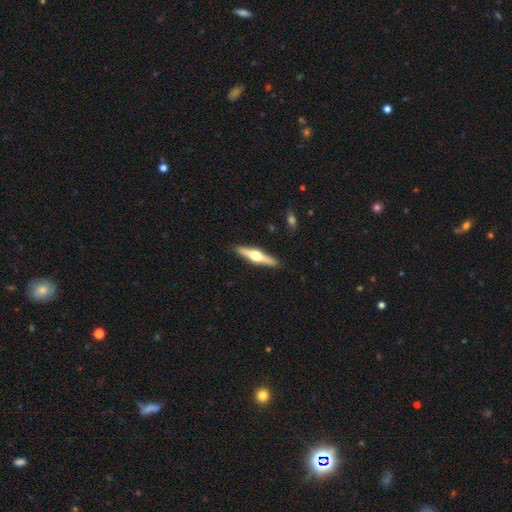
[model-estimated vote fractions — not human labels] This is likely a featured or disk galaxy (68%). It is clearly viewed edge-on (97%). Edge-on bulge: clearly rounded (96%). Merging: clearly none (91%).